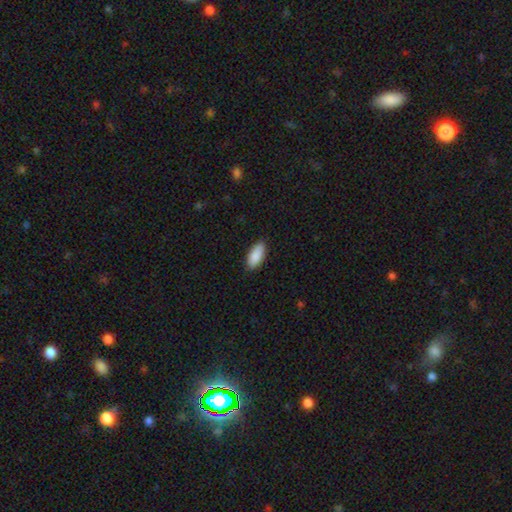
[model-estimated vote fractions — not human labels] Smooth or featured? Predicted: smooth (p=0.90). How rounded? Predicted: in between (p=0.85). Merging? Predicted: none (p=0.88).